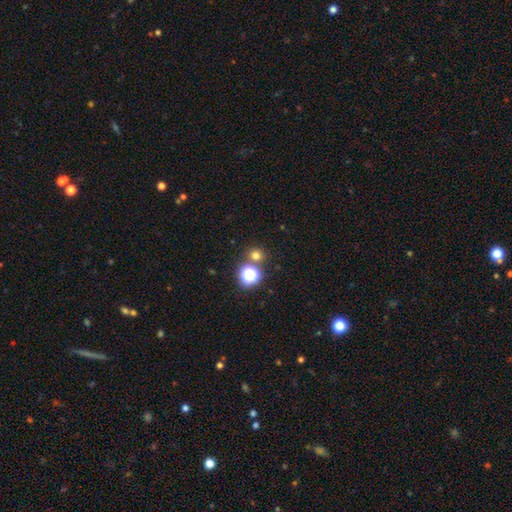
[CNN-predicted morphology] This is likely a smooth galaxy (69%). How rounded: clearly round (91%). Merging: likely none (76%).